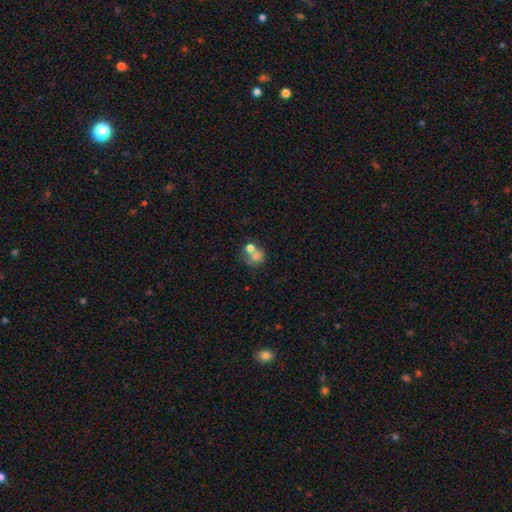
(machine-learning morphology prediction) A smooth galaxy with no disk features (69%) that is round (69%).

Vote fractions:
- Smooth or featured? smooth: 69% / featured or disk: 19% / star or artifact: 12%
- How rounded? round: 69% / in between: 30% / cigar-shaped: 1%
- Merging? merger: 49% / none: 33% / minor disturbance: 10% / major disturbance: 7%